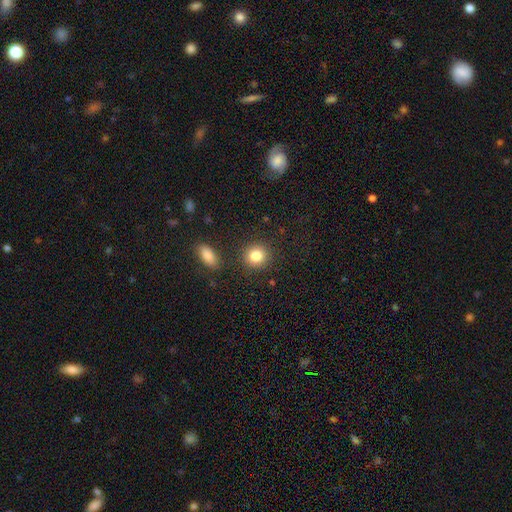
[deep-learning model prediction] smooth_or_featured: smooth (p=0.85) [alt: star or artifact p=0.09]
how_rounded: round (p=0.86) [alt: in between p=0.13]
merging: none (p=0.86) [alt: minor disturbance p=0.07]